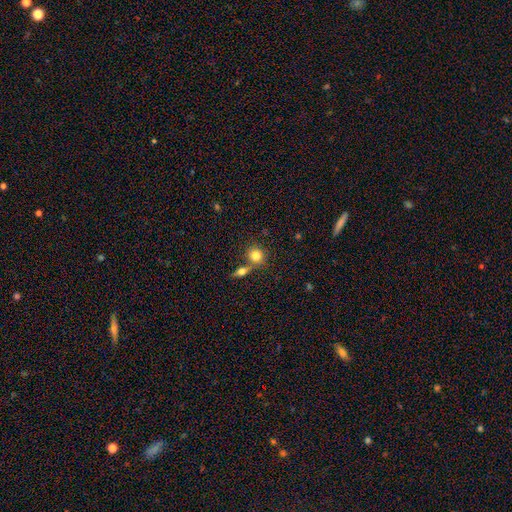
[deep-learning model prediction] This is clearly a smooth galaxy (81%). How rounded: clearly round (82%). Merging: possibly none (56%).